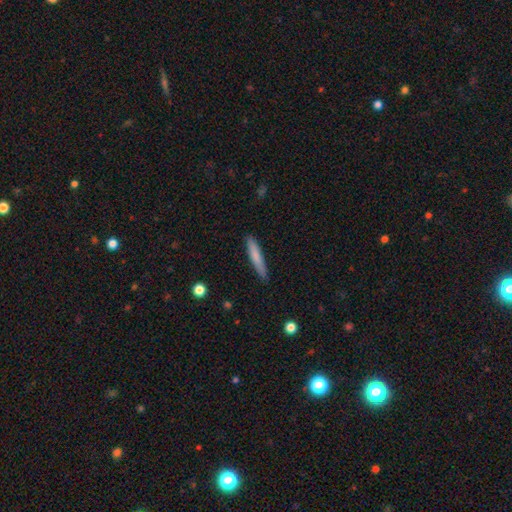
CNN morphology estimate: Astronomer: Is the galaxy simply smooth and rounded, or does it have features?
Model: smooth — 76%.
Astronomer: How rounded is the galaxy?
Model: cigar-shaped — 93%.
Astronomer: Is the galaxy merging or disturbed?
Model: none — 87%.